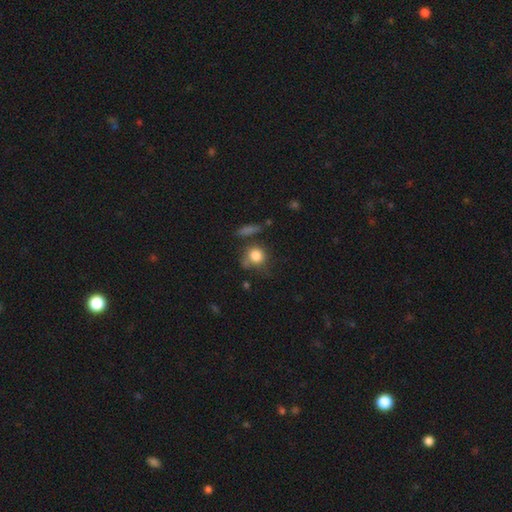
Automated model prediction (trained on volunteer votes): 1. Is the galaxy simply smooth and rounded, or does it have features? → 81% smooth, 10% star or artifact, 9% featured or disk.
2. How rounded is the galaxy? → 82% round, 16% in between, 2% cigar-shaped.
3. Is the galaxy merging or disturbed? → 59% none, 21% minor disturbance, 11% merger, 9% major disturbance.